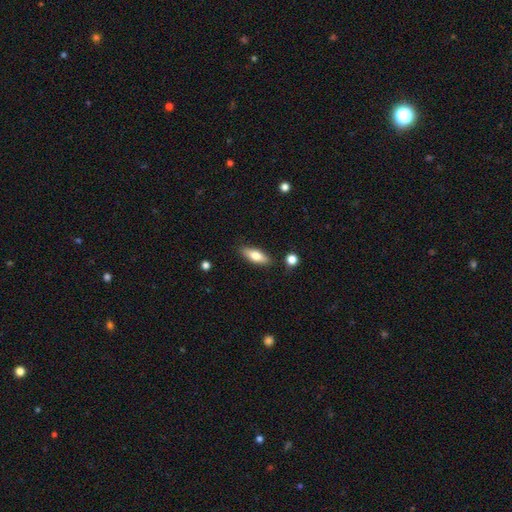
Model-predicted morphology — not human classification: Smooth or featured?
  - smooth: 71% *
  - featured or disk: 22%
  - star or artifact: 6%
How rounded?
  - in between: 66% *
  - cigar-shaped: 31%
  - round: 3%
Merging?
  - none: 86% *
  - minor disturbance: 10%
  - merger: 2%
  - major disturbance: 2%